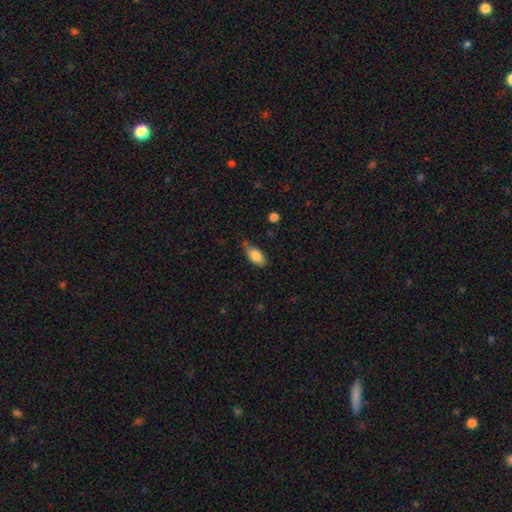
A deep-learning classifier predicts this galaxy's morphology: smooth 82%, featured or disk 10%, star or artifact 7%. Down the decision tree: how rounded — in between (89%); merging — none (56%).